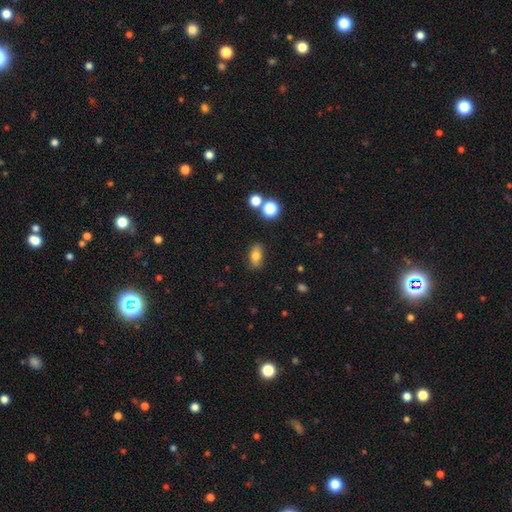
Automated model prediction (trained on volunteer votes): Smooth or featured? smooth (76%)
How rounded? in between (82%)
Merging? none (82%)